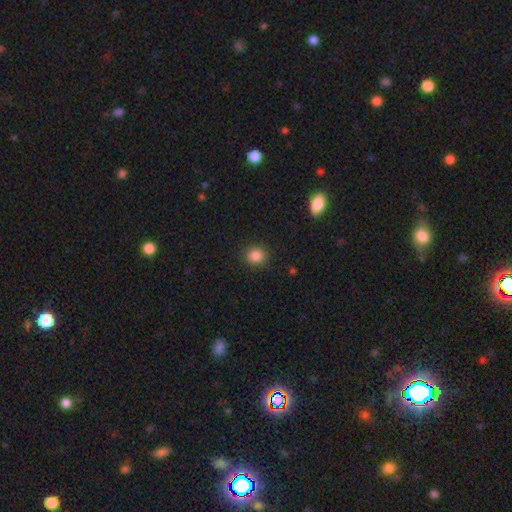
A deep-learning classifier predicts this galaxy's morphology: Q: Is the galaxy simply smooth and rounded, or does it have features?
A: smooth — 85%.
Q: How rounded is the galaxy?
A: round — 79%.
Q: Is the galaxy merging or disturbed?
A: none — 90%.